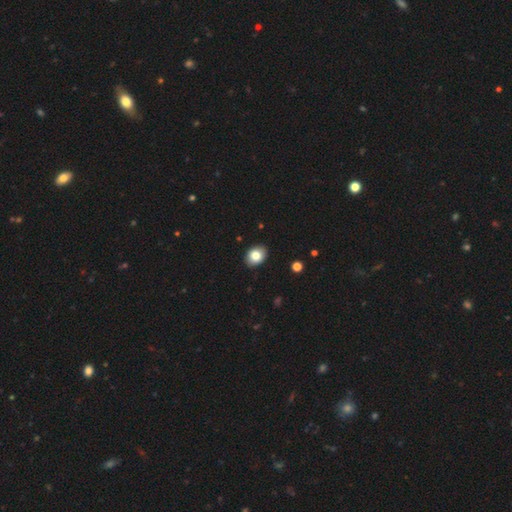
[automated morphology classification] A smooth galaxy with no disk features (82%) that is in between round and cigar-shaped (63%).

Vote fractions:
- Smooth or featured? smooth: 82% / featured or disk: 9% / star or artifact: 9%
- How rounded? in between: 63% / round: 36% / cigar-shaped: 1%
- Merging? none: 89% / minor disturbance: 8% / major disturbance: 2% / merger: 1%